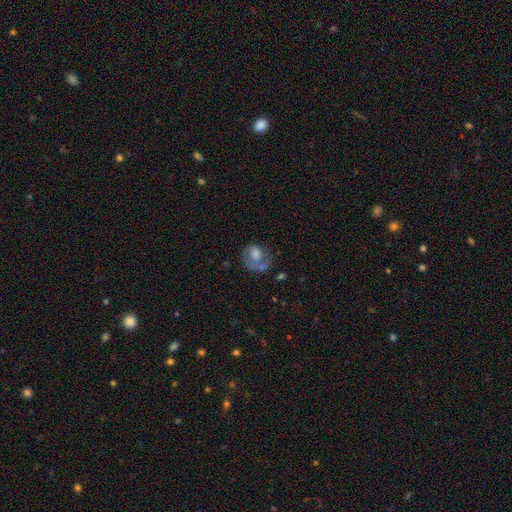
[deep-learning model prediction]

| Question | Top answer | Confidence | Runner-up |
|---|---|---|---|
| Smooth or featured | smooth | 50% | featured or disk (40%) |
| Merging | none | 35% | major disturbance (31%) |